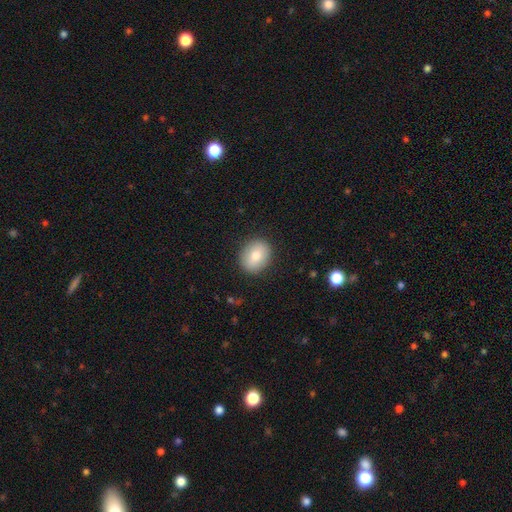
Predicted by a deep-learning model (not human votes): Smooth or featured? Predicted: smooth (p=0.79). How rounded? Predicted: round (p=0.57). Merging? Predicted: none (p=0.88).